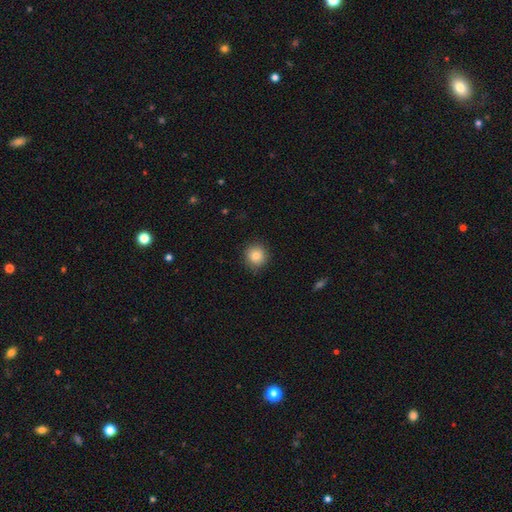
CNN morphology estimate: Smooth or featured: smooth — 84% (star or artifact — 10%)
How rounded: round — 92% (in between — 7%)
Merging: none — 87% (minor disturbance — 10%)